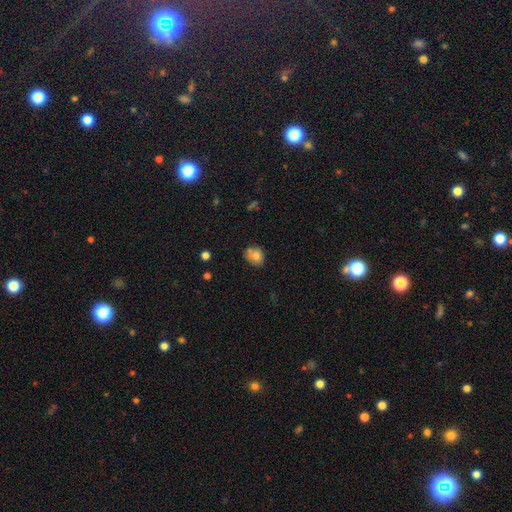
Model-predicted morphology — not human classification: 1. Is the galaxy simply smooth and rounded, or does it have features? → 73% smooth, 17% featured or disk, 10% star or artifact.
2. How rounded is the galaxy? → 65% round, 34% in between, 1% cigar-shaped.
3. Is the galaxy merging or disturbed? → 55% none, 20% minor disturbance, 19% merger, 6% major disturbance.